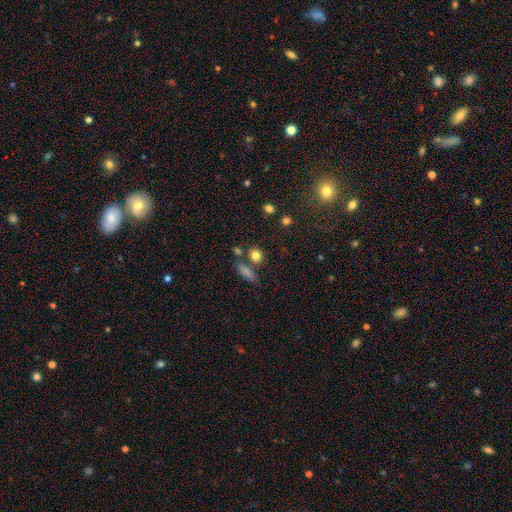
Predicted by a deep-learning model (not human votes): This appears to be a smooth galaxy with no disk features (80%) that is round (69%). Merging: none (68%).